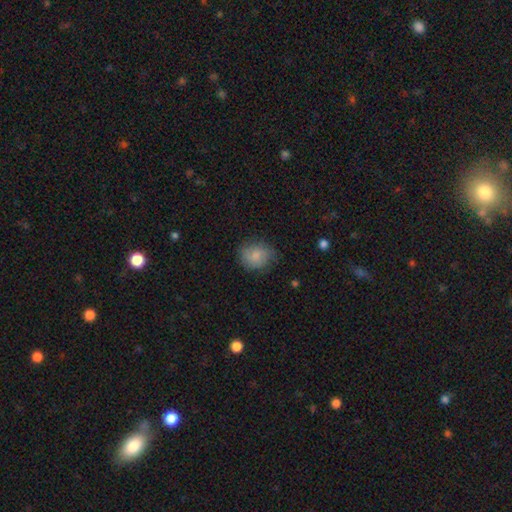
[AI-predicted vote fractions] The model was most divided on "how rounded": round: 67%, in between: 32%, cigar-shaped: 1%. More confident: smooth or featured — smooth (79%); merging — none (70%).